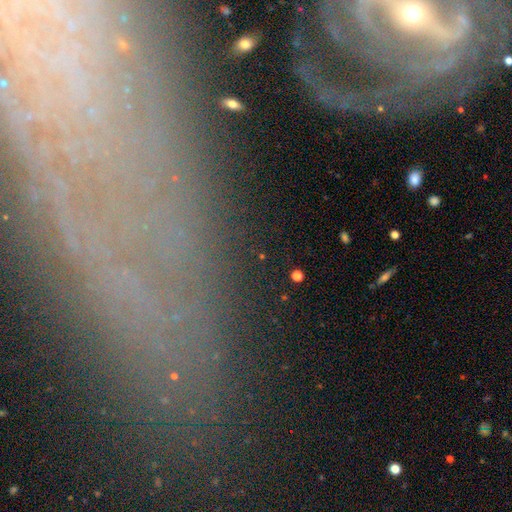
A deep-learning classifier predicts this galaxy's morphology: A featured or disk galaxy (47%).

Vote fractions:
- Smooth or featured? featured or disk: 47% / star or artifact: 32% / smooth: 21%
- Merging? none: 76% / minor disturbance: 12% / major disturbance: 7% / merger: 5%